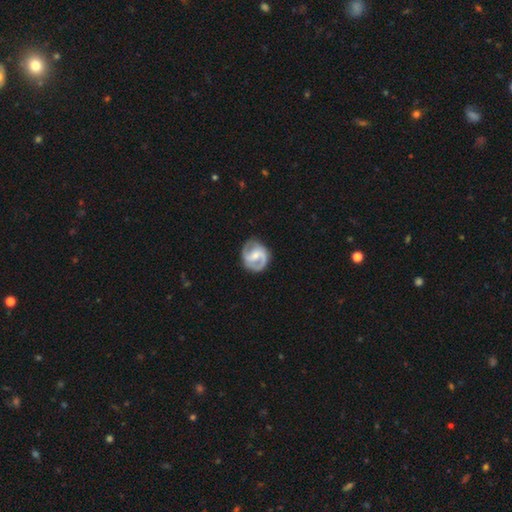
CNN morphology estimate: This appears to be a featured or disk galaxy (84%) with a weak bar (51%), 2 (88%) medium (51%) spiral arms (95%) and a moderate central bulge (47%). Merging: none (80%).